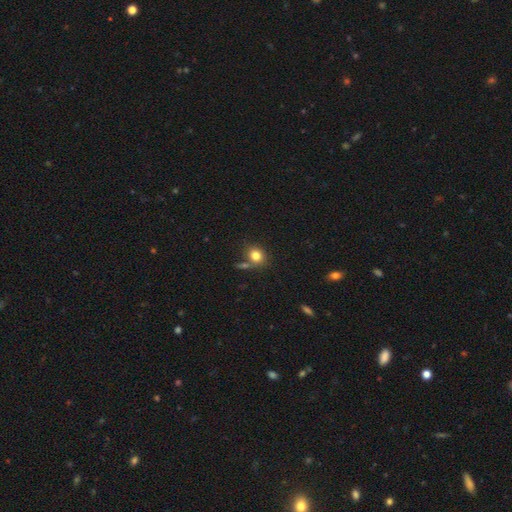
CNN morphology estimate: type=smooth (80%); roundness=round (72%); merging=none (65%).